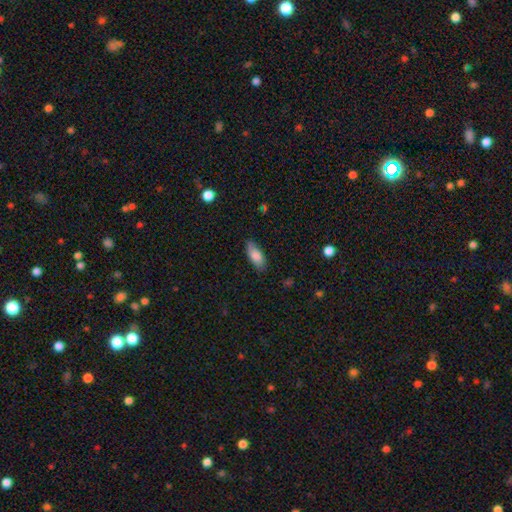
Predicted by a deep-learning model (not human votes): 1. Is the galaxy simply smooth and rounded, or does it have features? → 82% smooth, 11% featured or disk, 7% star or artifact.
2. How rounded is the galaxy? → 84% in between, 14% cigar-shaped, 2% round.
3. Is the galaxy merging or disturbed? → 78% none, 18% minor disturbance, 3% major disturbance, 1% merger.